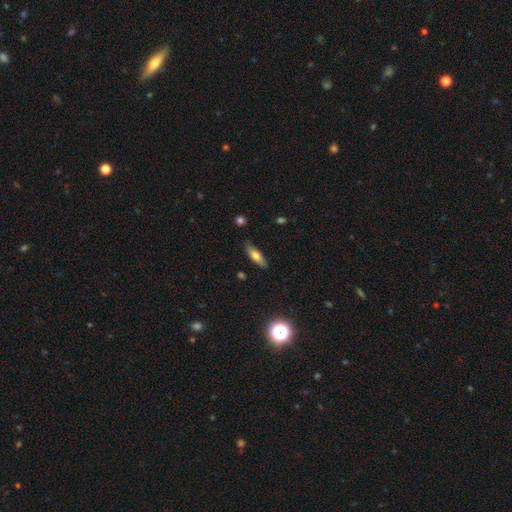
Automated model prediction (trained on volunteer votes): Smooth or featured? smooth (67%)
How rounded? in between (52%)
Merging? none (83%)